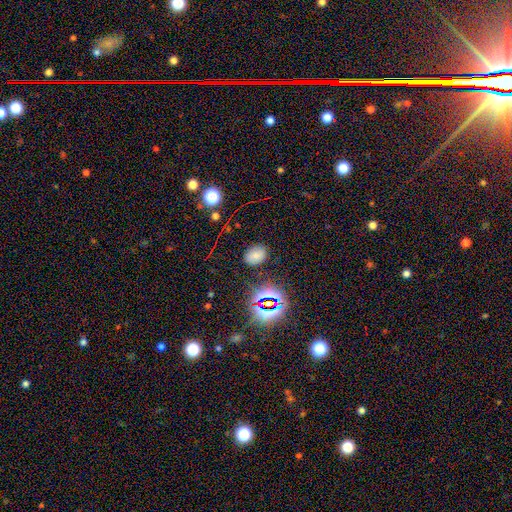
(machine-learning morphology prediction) Smooth or featured? Predicted: smooth (p=0.64). How rounded? Predicted: in between (p=0.76). Merging? Predicted: none (p=0.83).